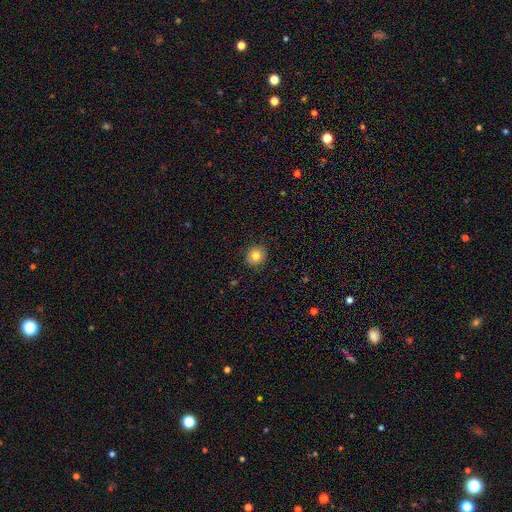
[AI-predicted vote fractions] A smooth galaxy with no disk features (81%) that is round (90%).

Vote fractions:
- Smooth or featured? smooth: 81% / star or artifact: 10% / featured or disk: 9%
- How rounded? round: 90% / in between: 9% / cigar-shaped: 1%
- Merging? none: 90% / minor disturbance: 7% / major disturbance: 2% / merger: 1%